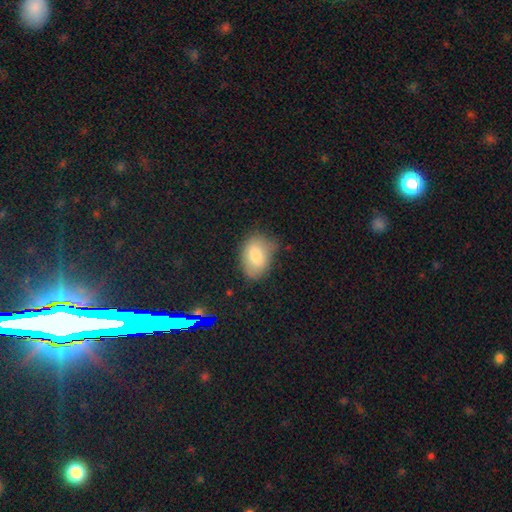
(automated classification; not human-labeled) This appears to be a smooth galaxy with no disk features (79%) that is in between round and cigar-shaped (84%). Merging: none (64%).